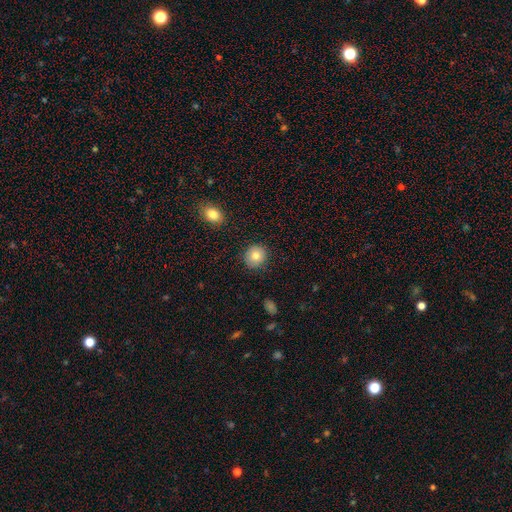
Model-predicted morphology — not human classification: The model was most divided on "how rounded": round: 85%, in between: 14%, cigar-shaped: 1%. More confident: merging — none (88%); smooth or featured — smooth (82%).